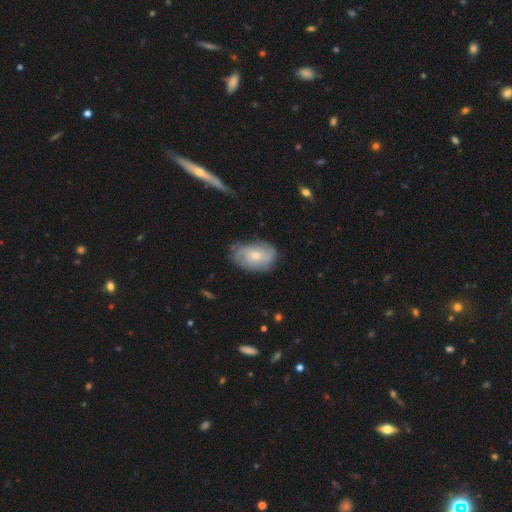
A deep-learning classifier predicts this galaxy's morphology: This appears to be a featured or disk galaxy (64%) with no bar (72%), tight (50%) spiral arms (89%) and a moderate central bulge (51%). Merging: none (70%).